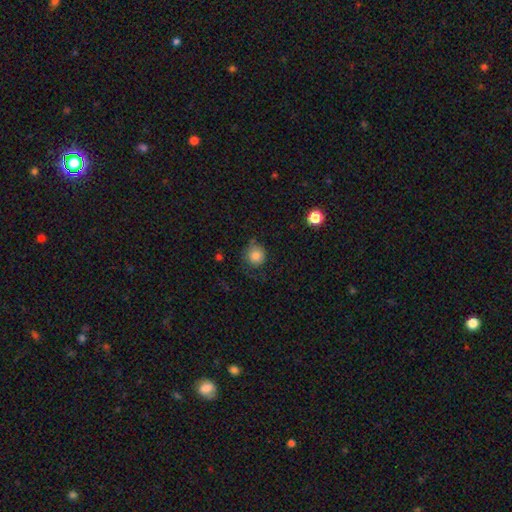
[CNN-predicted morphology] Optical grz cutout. It shows a smooth galaxy with no disk features (80%) that is round (89%). Merging: none (65%).